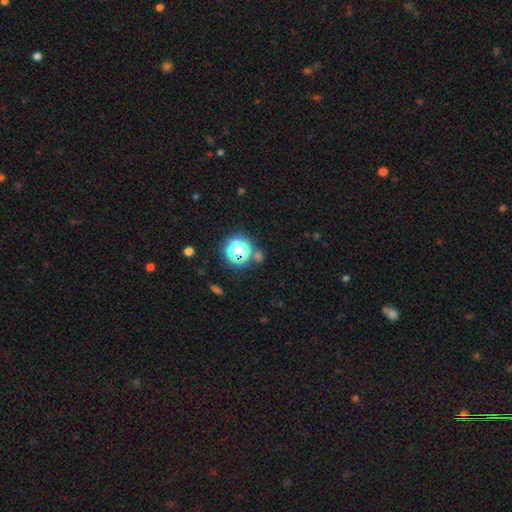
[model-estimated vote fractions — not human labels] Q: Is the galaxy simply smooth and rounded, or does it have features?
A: star or artifact — 64%.